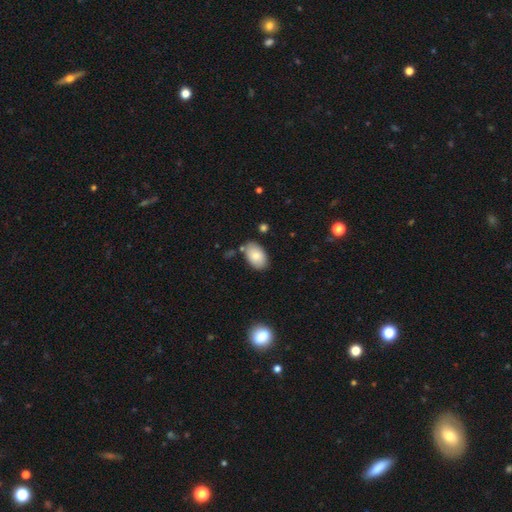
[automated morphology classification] A smooth galaxy with no disk features (81%) that is in between round and cigar-shaped (93%).

Vote fractions:
- Smooth or featured? smooth: 81% / featured or disk: 11% / star or artifact: 7%
- How rounded? in between: 93% / round: 6% / cigar-shaped: 1%
- Merging? none: 78% / minor disturbance: 14% / merger: 5% / major disturbance: 3%